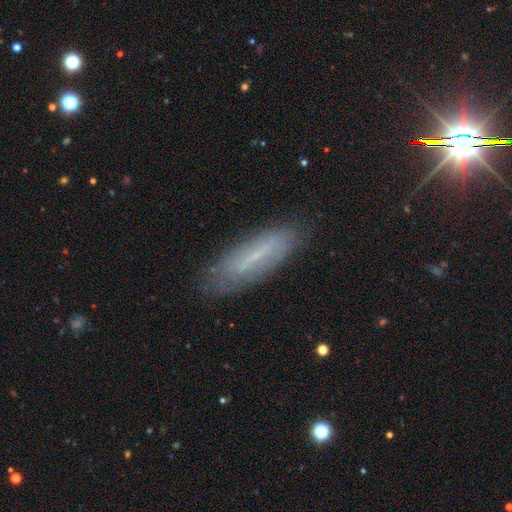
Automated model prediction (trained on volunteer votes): featured or disk 47%, smooth 42%, star or artifact 11%. Down the decision tree: merging — none (78%).